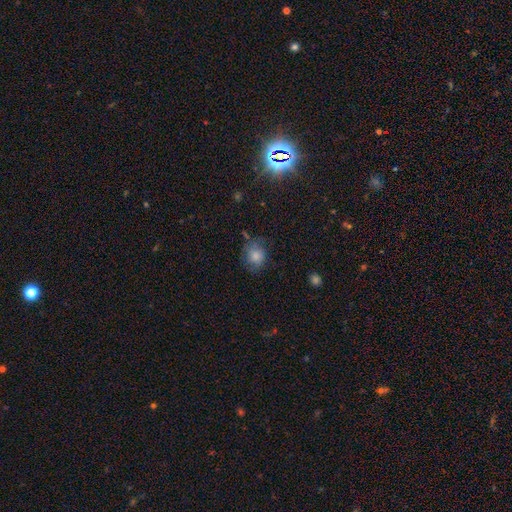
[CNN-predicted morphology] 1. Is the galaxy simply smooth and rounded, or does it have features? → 79% smooth, 11% featured or disk, 10% star or artifact.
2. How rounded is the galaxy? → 73% round, 26% in between, 1% cigar-shaped.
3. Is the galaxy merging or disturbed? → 65% none, 24% minor disturbance, 8% major disturbance, 3% merger.